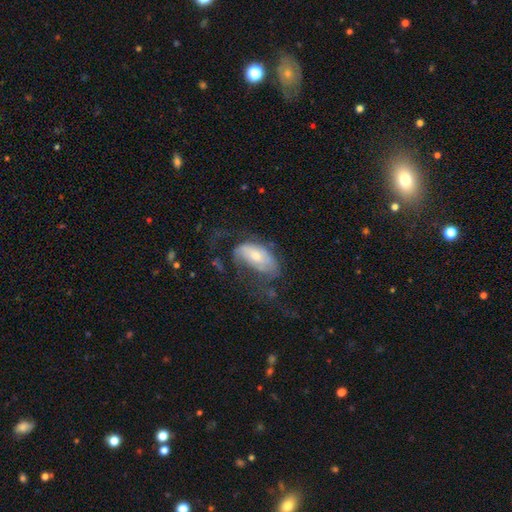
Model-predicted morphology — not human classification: Smooth or featured?
  - featured or disk: 48% *
  - smooth: 45%
  - star or artifact: 7%
Merging?
  - major disturbance: 42% *
  - none: 31%
  - minor disturbance: 24%
  - merger: 3%